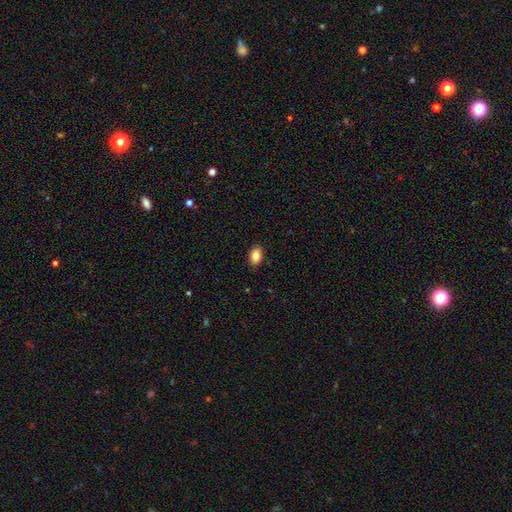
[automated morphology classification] A smooth galaxy with no disk features (84%) that is in between round and cigar-shaped (85%). Merging: none (89%).